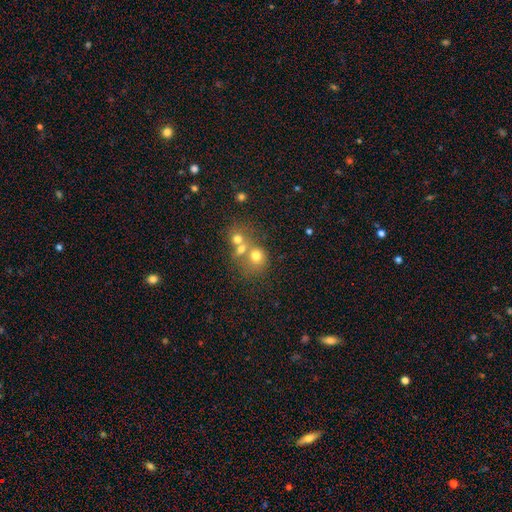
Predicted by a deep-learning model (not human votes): smooth-or-featured: smooth: 67% | featured or disk: 18% | star or artifact: 15%
  how-rounded: round: 75% | in between: 24% | cigar-shaped: 1%
  merging: merger: 51% | none: 36% | minor disturbance: 8% | major disturbance: 5%